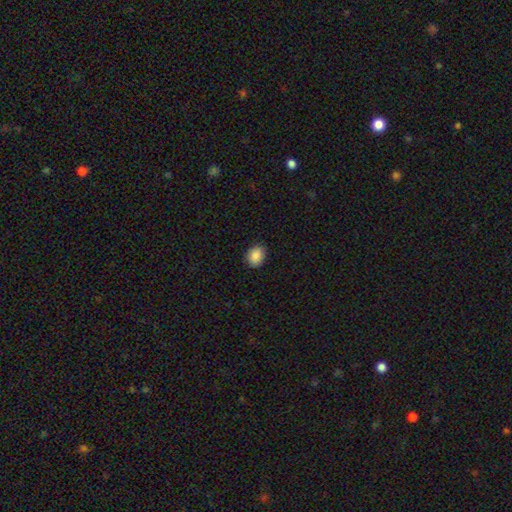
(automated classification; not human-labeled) Smooth or featured?
  - smooth: 89% *
  - star or artifact: 8%
  - featured or disk: 3%
How rounded?
  - in between: 56% *
  - round: 43%
  - cigar-shaped: 1%
Merging?
  - none: 87% *
  - minor disturbance: 10%
  - major disturbance: 2%
  - merger: 1%